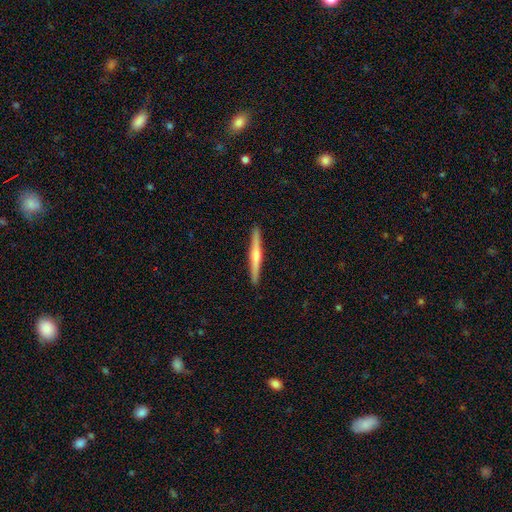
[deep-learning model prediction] This appears to be a featured or disk galaxy (55%) viewed edge-on (98%) with a rounded central bulge (66%). Merging: none (92%).